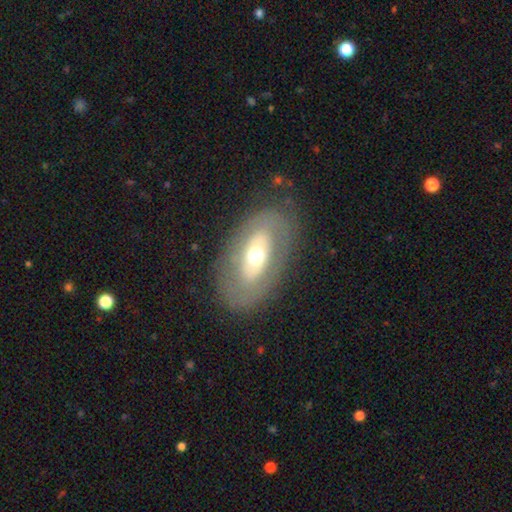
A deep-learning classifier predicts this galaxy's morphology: Smooth or featured: featured or disk — 57% (smooth — 36%)
Edge-on disk: no — 89% (yes — 11%)
Bar: no — 81% (weak — 13%)
Spiral arms: no — 79% (yes — 21%)
Bulge size: moderate — 67% (large — 16%)
Merging: none — 79% (minor disturbance — 13%)